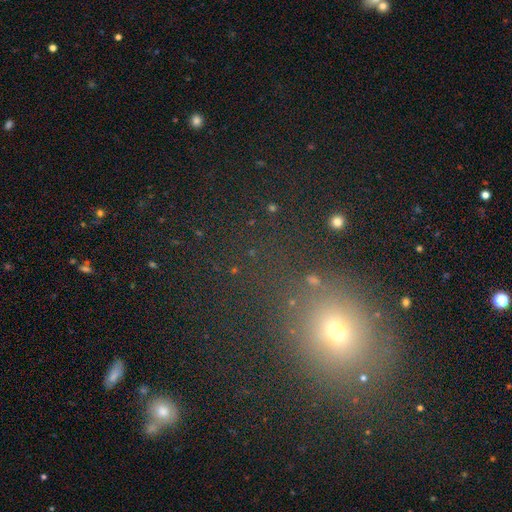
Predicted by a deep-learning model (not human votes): A smooth galaxy with no disk features (48%).

Vote fractions:
- Smooth or featured? smooth: 48% / star or artifact: 40% / featured or disk: 11%
- Merging? none: 70% / minor disturbance: 14% / major disturbance: 11% / merger: 5%